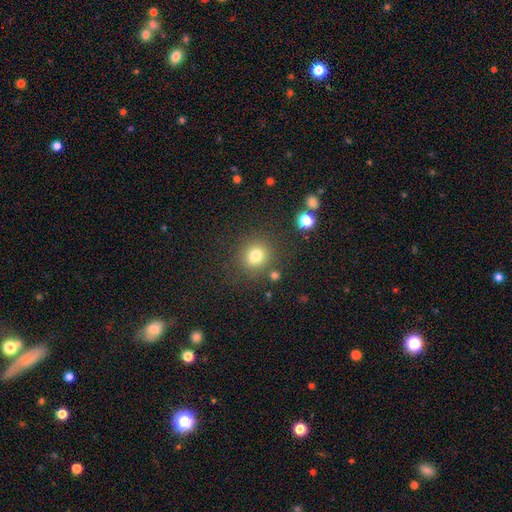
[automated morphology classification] Overall: smooth (78%). How rounded: round (85%). Merging: none (82%).